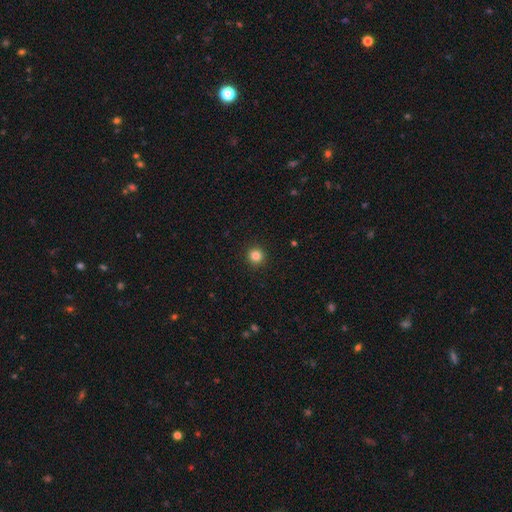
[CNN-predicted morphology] Smooth or featured? Predicted: smooth (p=0.84). How rounded? Predicted: round (p=0.94). Merging? Predicted: none (p=0.93).